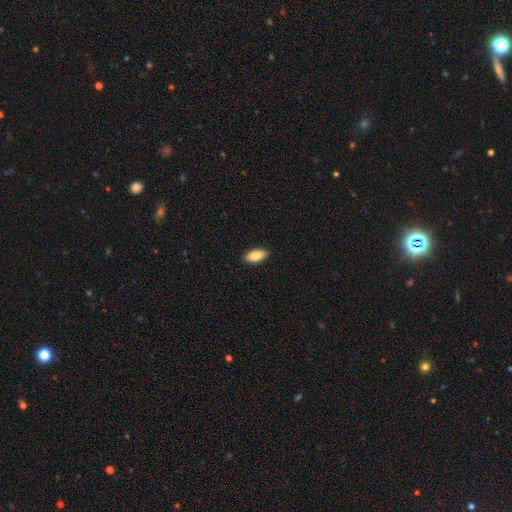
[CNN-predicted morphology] Smooth or featured: smooth — 85% (featured or disk — 8%)
How rounded: in between — 88% (cigar-shaped — 9%)
Merging: none — 90% (minor disturbance — 7%)